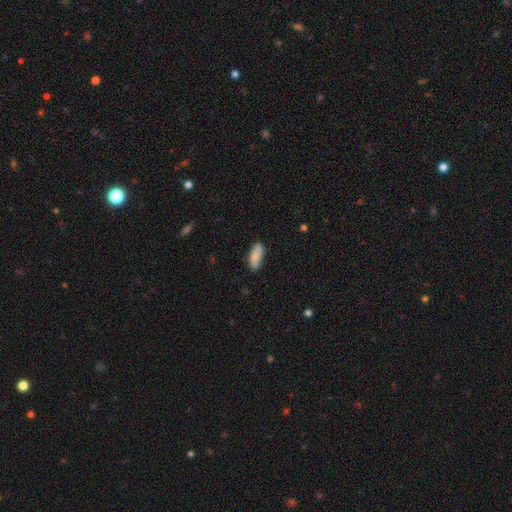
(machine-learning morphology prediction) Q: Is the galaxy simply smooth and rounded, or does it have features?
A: smooth — 83%.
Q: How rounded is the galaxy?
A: in between — 77%.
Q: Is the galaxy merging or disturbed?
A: none — 80%.